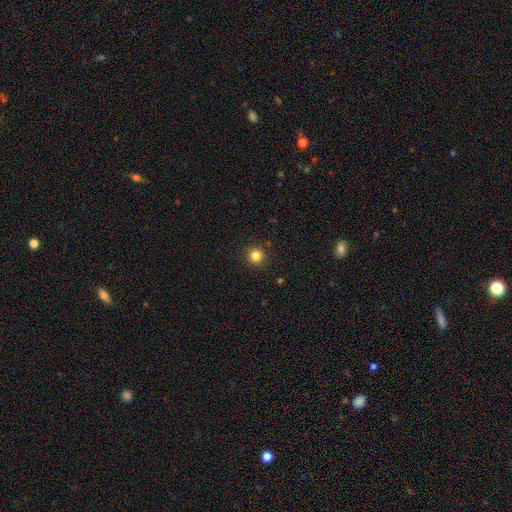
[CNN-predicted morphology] smooth-or-featured: smooth: 83% | star or artifact: 12% | featured or disk: 4%
  how-rounded: round: 95% | in between: 4% | cigar-shaped: 1%
  merging: none: 92% | minor disturbance: 5% | major disturbance: 2% | merger: 1%